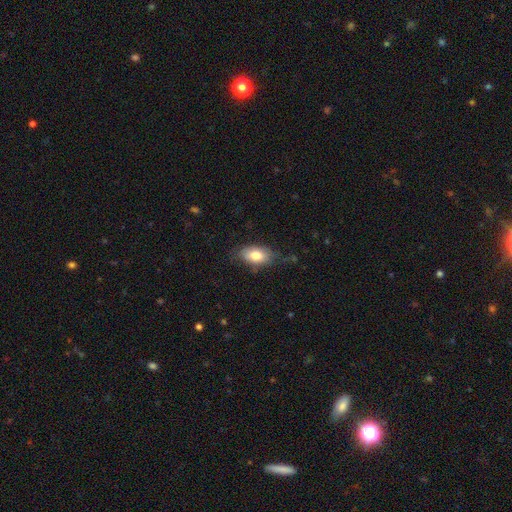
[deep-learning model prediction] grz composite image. It shows a smooth galaxy with no disk features (77%) that is in between round and cigar-shaped (90%). Merging: none (67%).